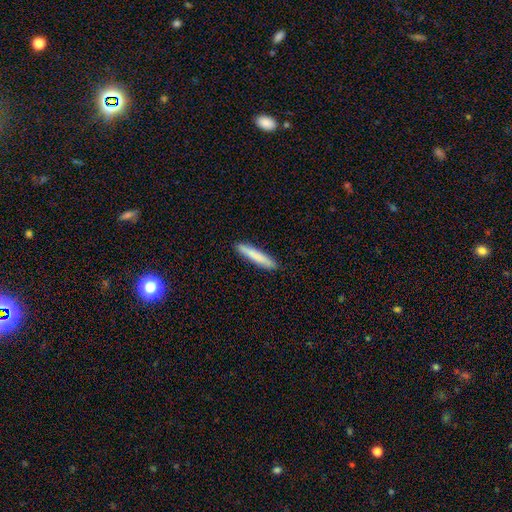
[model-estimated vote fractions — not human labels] This is clearly a smooth galaxy (80%). How rounded: clearly cigar-shaped (94%). Merging: clearly none (91%).